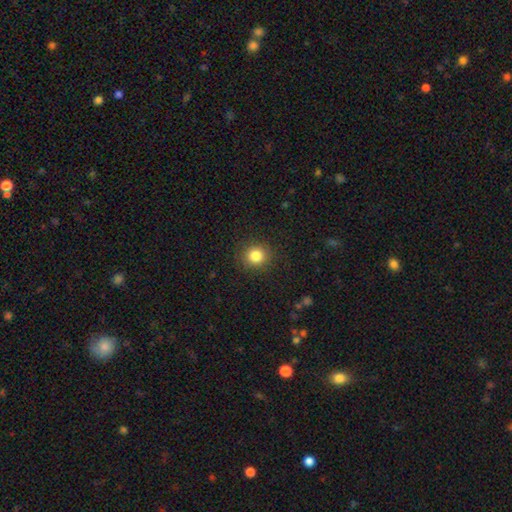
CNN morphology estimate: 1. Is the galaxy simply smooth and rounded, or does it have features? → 84% smooth, 11% star or artifact, 5% featured or disk.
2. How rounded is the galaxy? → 88% round, 11% in between, 1% cigar-shaped.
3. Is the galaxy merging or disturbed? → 90% none, 7% minor disturbance, 3% major disturbance, 1% merger.